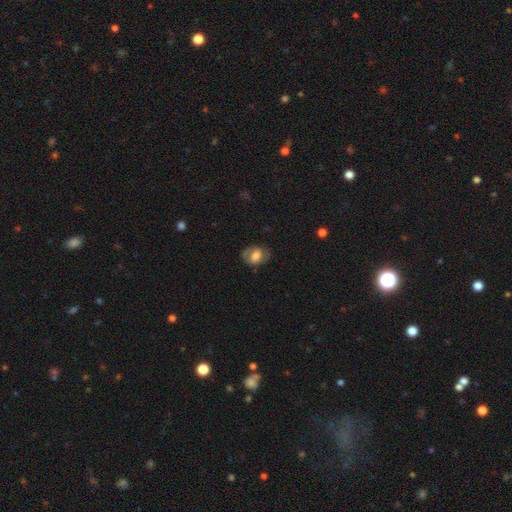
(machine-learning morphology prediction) Smooth or featured?
  - smooth: 55% *
  - featured or disk: 37%
  - star or artifact: 8%
How rounded?
  - in between: 74% *
  - round: 25%
  - cigar-shaped: 1%
Merging?
  - none: 65% *
  - minor disturbance: 22%
  - major disturbance: 12%
  - merger: 2%